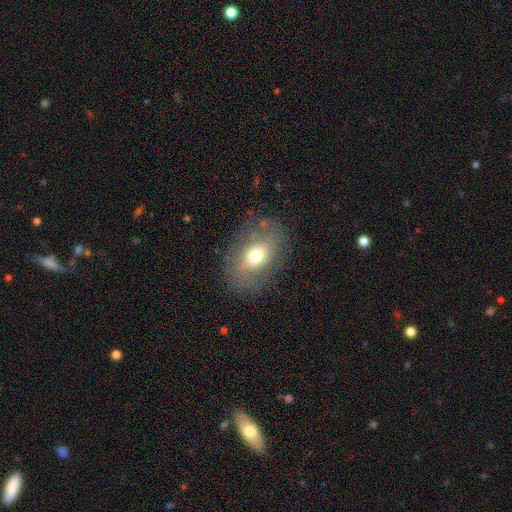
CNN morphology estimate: smooth_or_featured: smooth (p=0.58) [alt: featured or disk p=0.32]
how_rounded: in between (p=0.77) [alt: round p=0.21]
merging: none (p=0.74) [alt: minor disturbance p=0.16]